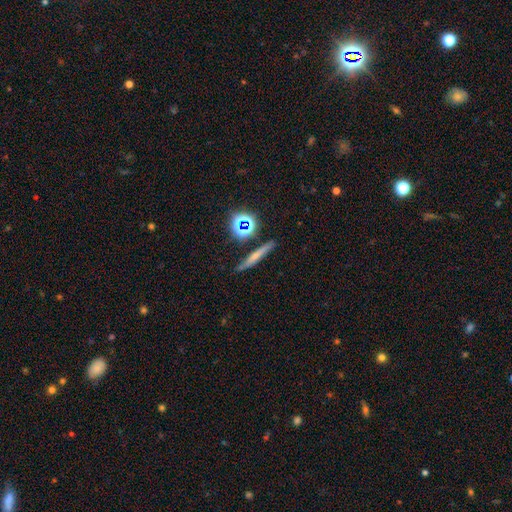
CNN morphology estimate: Smooth or featured: smooth — 51% (featured or disk — 31%)
How rounded: cigar-shaped — 82% (round — 10%)
Merging: none — 81% (minor disturbance — 12%)